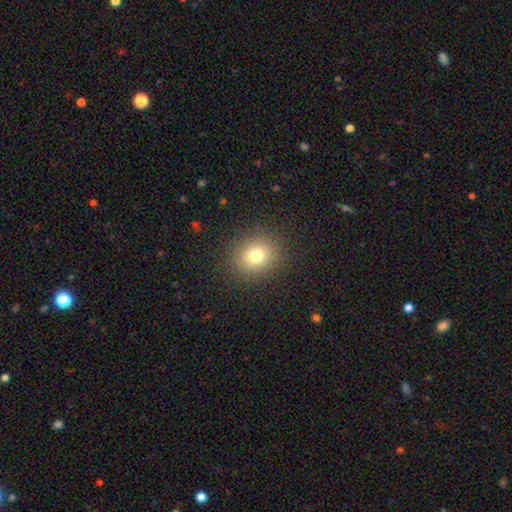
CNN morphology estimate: type=smooth (76%); roundness=round (77%); merging=none (89%).